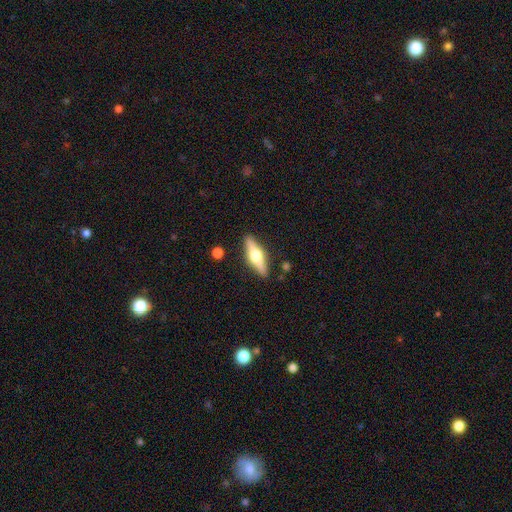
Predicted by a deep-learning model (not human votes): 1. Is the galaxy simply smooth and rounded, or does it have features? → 61% featured or disk, 33% smooth, 6% star or artifact.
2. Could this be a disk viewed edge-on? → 95% yes, 5% no.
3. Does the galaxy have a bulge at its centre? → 94% rounded, 4% boxy, 2% none.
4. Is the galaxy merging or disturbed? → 87% none, 9% minor disturbance, 2% merger, 2% major disturbance.